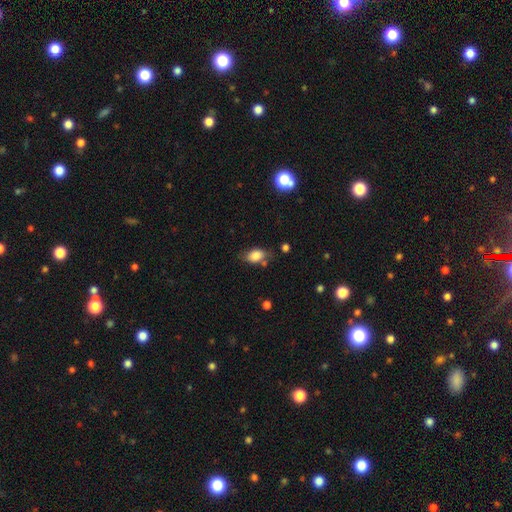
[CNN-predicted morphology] Smooth or featured: smooth — 83% (featured or disk — 9%)
How rounded: in between — 87% (round — 11%)
Merging: none — 66% (minor disturbance — 21%)